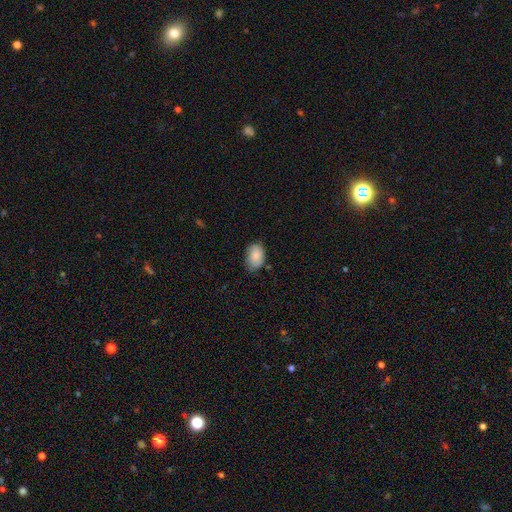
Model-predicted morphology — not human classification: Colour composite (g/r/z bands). It shows a smooth galaxy with no disk features (81%) that is in between round and cigar-shaped (85%). Merging: none (68%).